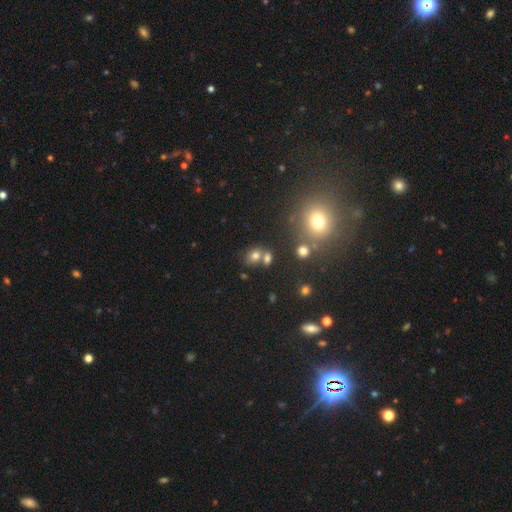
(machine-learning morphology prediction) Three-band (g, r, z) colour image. It shows a smooth galaxy with no disk features (69%) that is in between round and cigar-shaped (51%). Merging: none (48%).